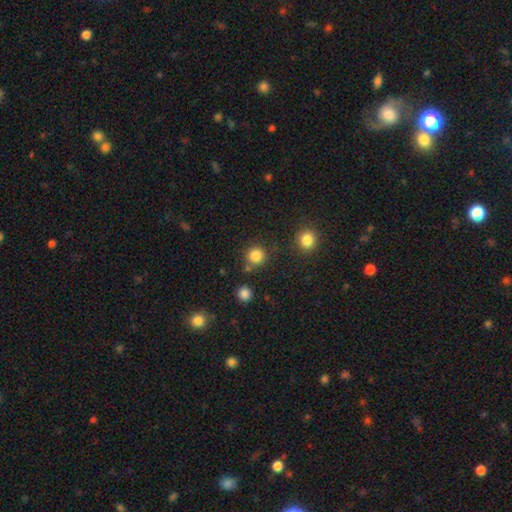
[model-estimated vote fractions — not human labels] The model was most divided on "merging": none: 79%, merger: 9%, minor disturbance: 9%, major disturbance: 3%. More confident: how rounded — round (92%); smooth or featured — smooth (83%).